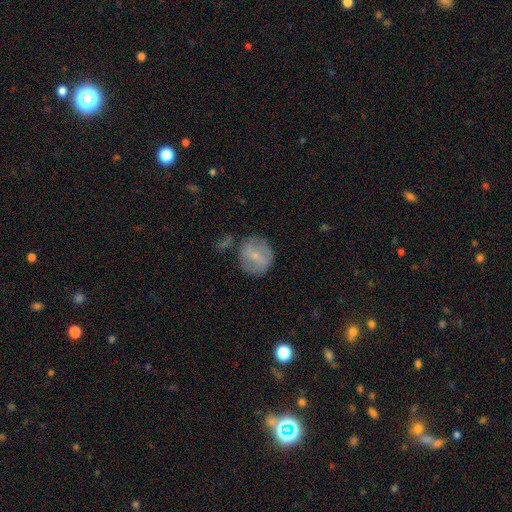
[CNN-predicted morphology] Q: Smooth or featured?
A: smooth (55%); runner-up: featured or disk (37%)
Q: How rounded?
A: round (78%); runner-up: in between (21%)
Q: Merging?
A: none (62%); runner-up: minor disturbance (21%)